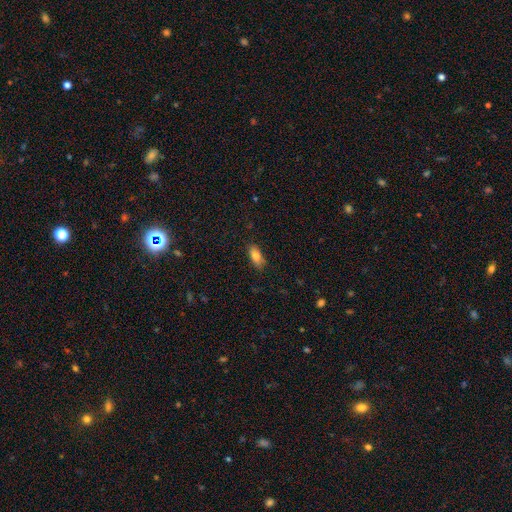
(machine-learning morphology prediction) type=smooth (80%); roundness=in between (81%); merging=none (82%).